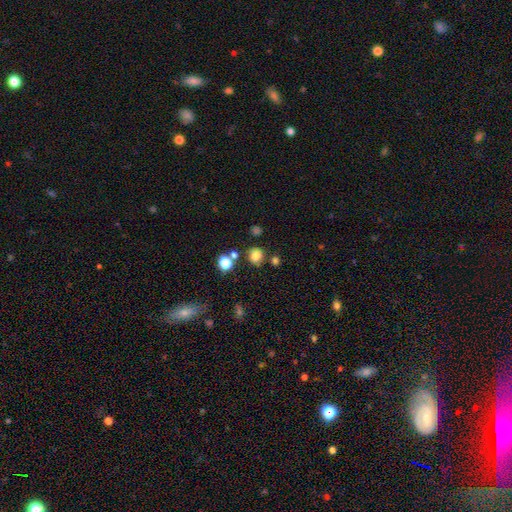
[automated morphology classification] This is likely a smooth galaxy (79%). How rounded: clearly round (88%). Merging: likely none (79%).